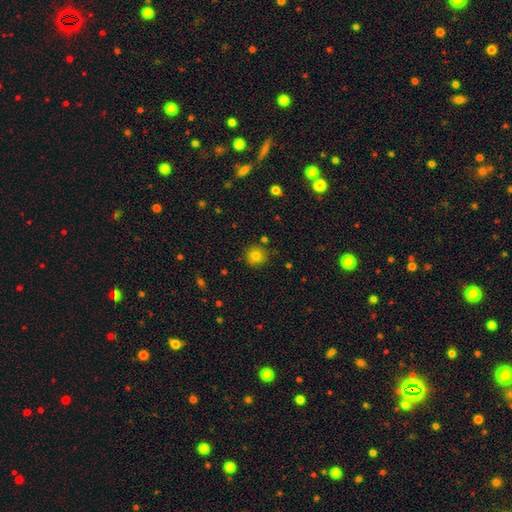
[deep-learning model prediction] This is clearly a smooth galaxy (80%). How rounded: clearly round (92%). Merging: clearly none (85%).